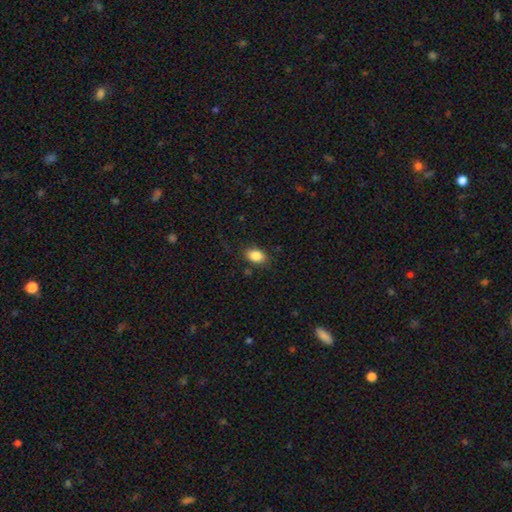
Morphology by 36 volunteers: Overall: smooth (89%). How rounded: in between (84%). Merging: none (76%).